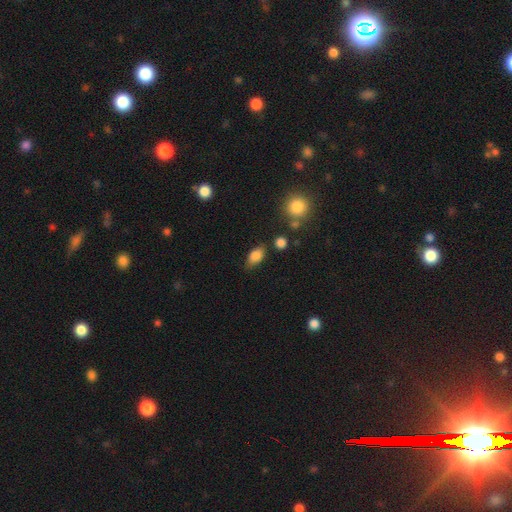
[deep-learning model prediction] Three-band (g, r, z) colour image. It shows a smooth galaxy with no disk features (84%) that is in between round and cigar-shaped (85%). Merging: none (72%).